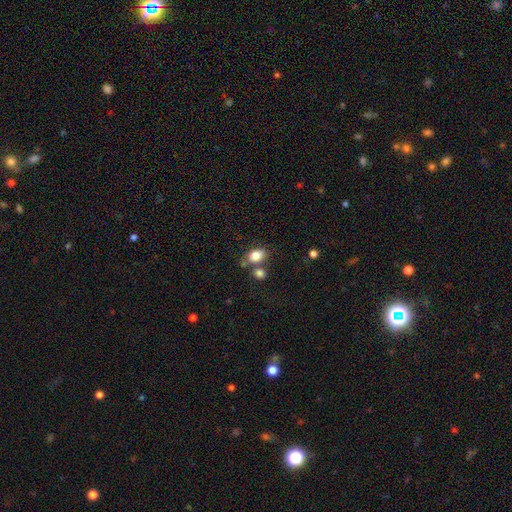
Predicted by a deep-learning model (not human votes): Smooth or featured? smooth (82%)
How rounded? in between (75%)
Merging? none (56%)